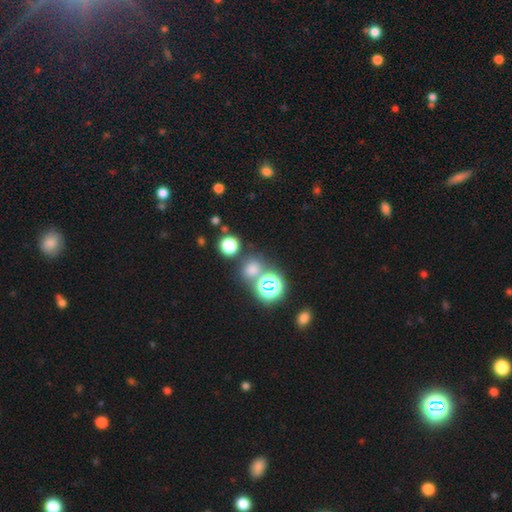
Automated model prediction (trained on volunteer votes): Q: Smooth or featured?
A: star or artifact (64%); runner-up: smooth (27%)